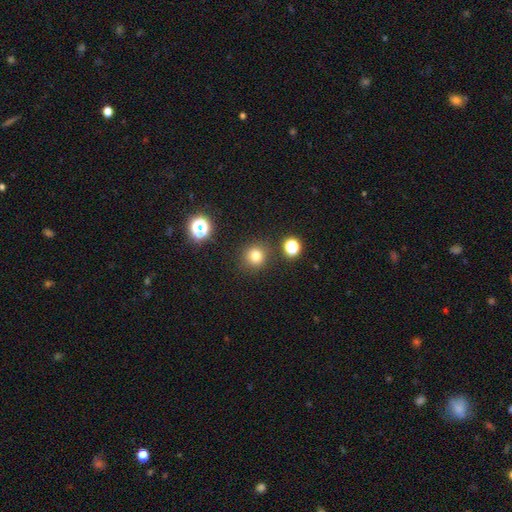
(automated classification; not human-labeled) Smooth or featured? Predicted: smooth (p=0.77). How rounded? Predicted: round (p=0.91). Merging? Predicted: none (p=0.86).